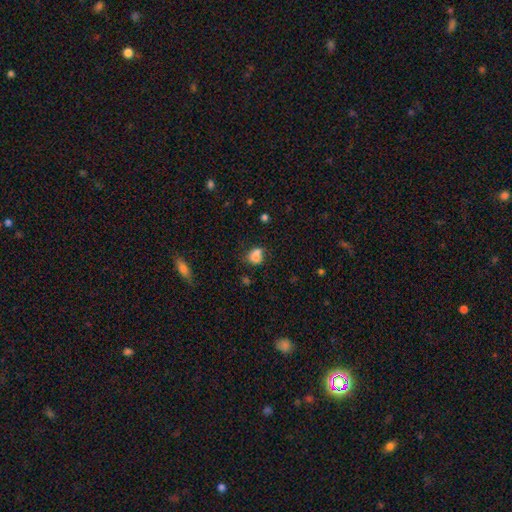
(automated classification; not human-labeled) A smooth galaxy with no disk features (75%) that is in between round and cigar-shaped (52%).

Vote fractions:
- Smooth or featured? smooth: 75% / featured or disk: 13% / star or artifact: 12%
- How rounded? in between: 52% / round: 47% / cigar-shaped: 2%
- Merging? none: 36% / merger: 35% / minor disturbance: 19% / major disturbance: 9%